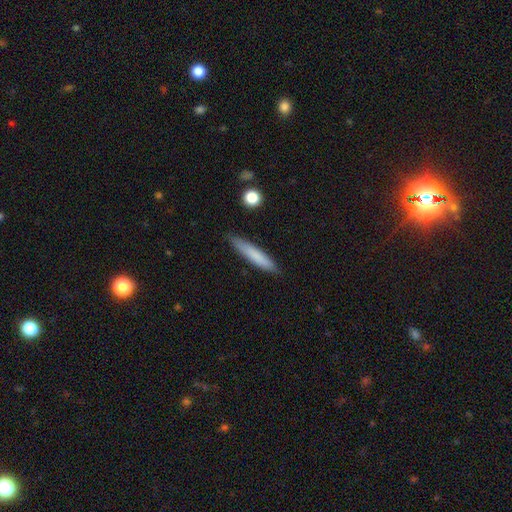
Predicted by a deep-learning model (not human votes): This appears to be a smooth galaxy with no disk features (76%) that is cigar-shaped (92%). Merging: none (86%).